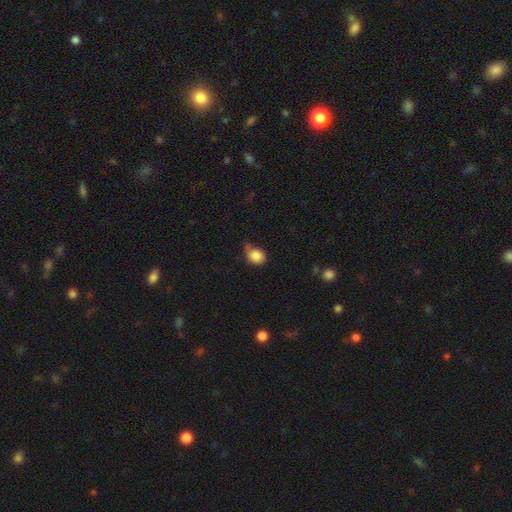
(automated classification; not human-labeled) Smooth or featured? Predicted: smooth (p=0.85). How rounded? Predicted: round (p=0.55). Merging? Predicted: none (p=0.52).